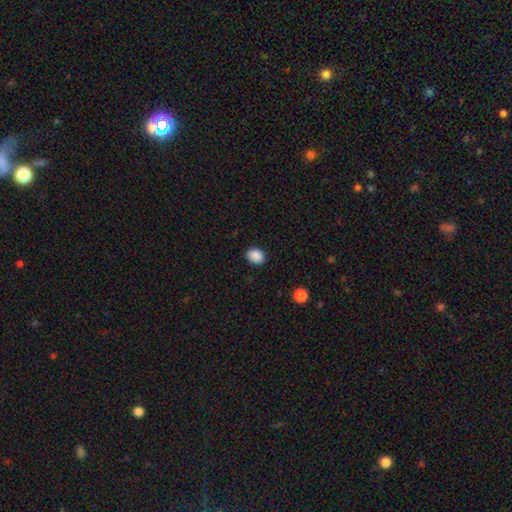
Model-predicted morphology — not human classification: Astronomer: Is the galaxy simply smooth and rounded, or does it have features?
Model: smooth — 89%.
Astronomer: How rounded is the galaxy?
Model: in between — 54% (runner-up: round, 46%).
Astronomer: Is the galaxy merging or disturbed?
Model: none — 89%.